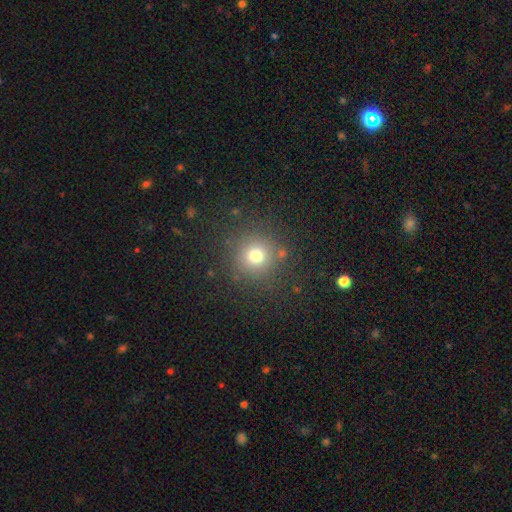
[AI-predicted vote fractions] The model was most divided on "smooth or featured": smooth: 73%, star or artifact: 18%, featured or disk: 8%. More confident: how rounded — round (93%); merging — none (84%).